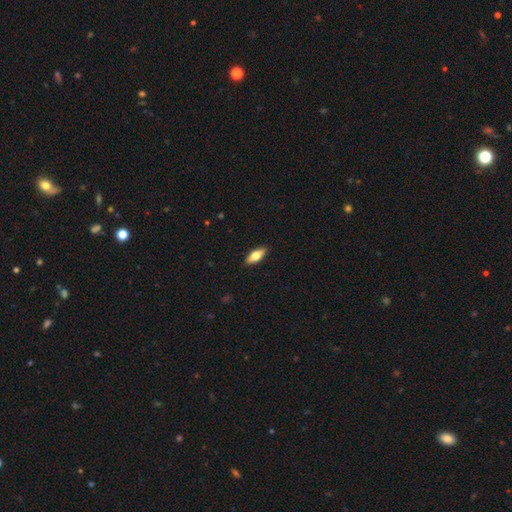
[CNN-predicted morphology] smooth-or-featured: smooth: 63% | featured or disk: 31% | star or artifact: 6%
  how-rounded: in between: 73% | cigar-shaped: 24% | round: 3%
  merging: none: 90% | minor disturbance: 8% | major disturbance: 2% | merger: 1%